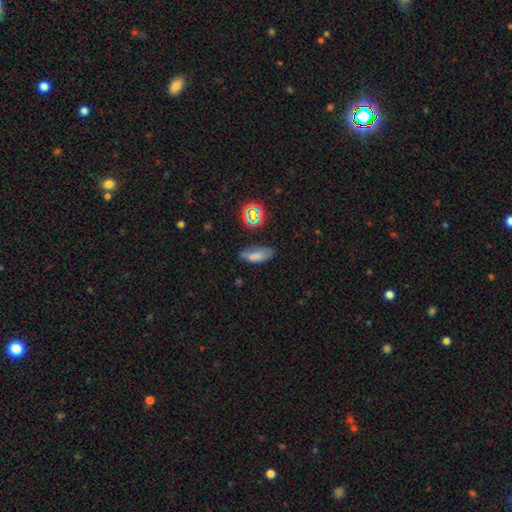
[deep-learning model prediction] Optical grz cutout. It shows a smooth galaxy with no disk features (69%) that is in between round and cigar-shaped (70%). Merging: none (53%).